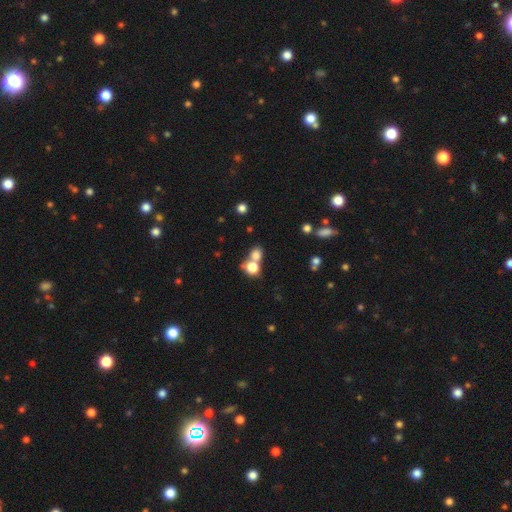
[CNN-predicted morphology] smooth-or-featured: smooth: 76% | star or artifact: 14% | featured or disk: 10%
  how-rounded: round: 65% | in between: 34% | cigar-shaped: 2%
  merging: merger: 51% | none: 37% | minor disturbance: 7% | major disturbance: 4%